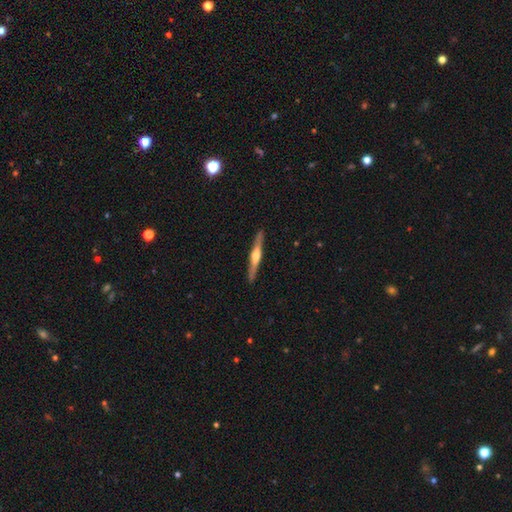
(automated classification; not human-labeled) Smooth or featured: featured or disk — 68% (smooth — 27%)
Edge-on disk: yes — 97% (no — 3%)
Edge-on bulge: rounded — 89% (none — 6%)
Merging: none — 91% (minor disturbance — 7%)